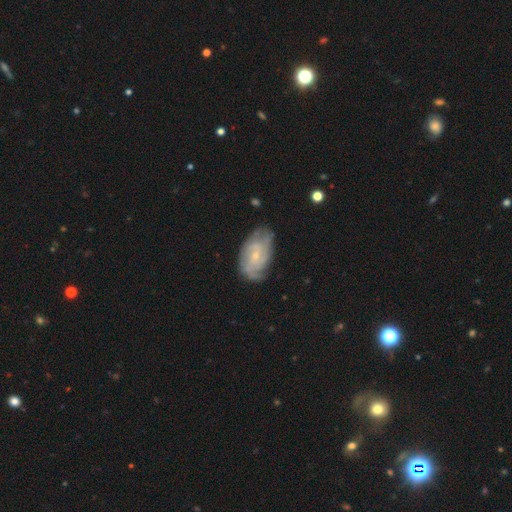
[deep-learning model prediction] A featured or disk galaxy (77%) with no bar (61%), tight (53%) spiral arms (92%) and a small central bulge (73%).

Vote fractions:
- Smooth or featured? featured or disk: 77% / smooth: 17% / star or artifact: 6%
- Edge-on disk? no: 96% / yes: 4%
- Bar? no: 61% / weak: 33% / strong: 5%
- Spiral arms? yes: 92% / no: 8%
- Spiral winding? tight: 53% / medium: 36% / loose: 11%
- Spiral arm count? can't tell: 35% / 2: 23% / 3: 22% / 4: 11% / 1: 5% / more than 4: 5%
- Bulge size? small: 73% / moderate: 22% / none: 3% / large: 1% / dominant: 1%
- Merging? none: 68% / minor disturbance: 24% / major disturbance: 7% / merger: 2%